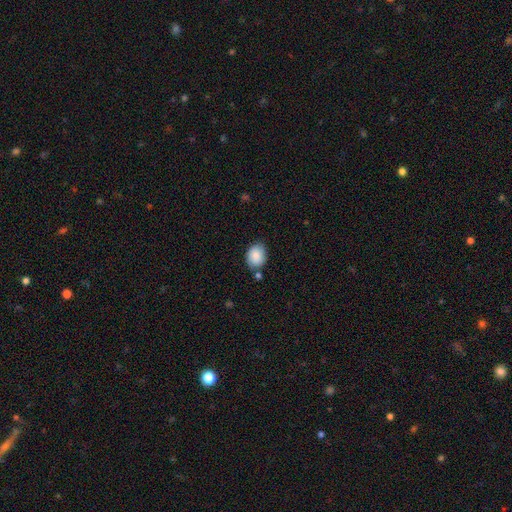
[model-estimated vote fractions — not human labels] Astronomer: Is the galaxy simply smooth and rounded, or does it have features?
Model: smooth — 86%.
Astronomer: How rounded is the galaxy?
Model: in between — 65%.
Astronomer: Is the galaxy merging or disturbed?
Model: none — 69%.